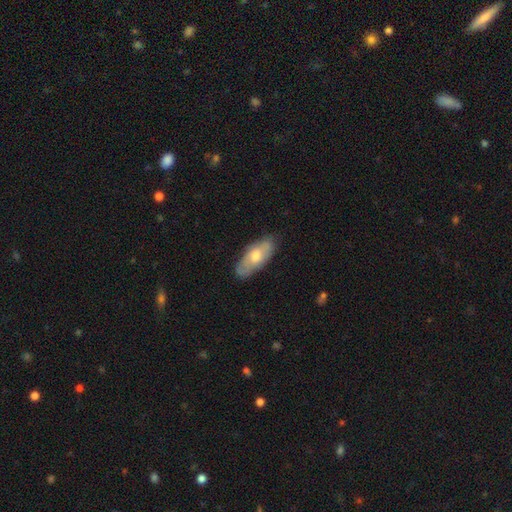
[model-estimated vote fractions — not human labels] smooth-or-featured: smooth: 54% | featured or disk: 40% | star or artifact: 6%
  how-rounded: in between: 83% | cigar-shaped: 15% | round: 2%
  merging: none: 78% | minor disturbance: 18% | major disturbance: 3% | merger: 1%